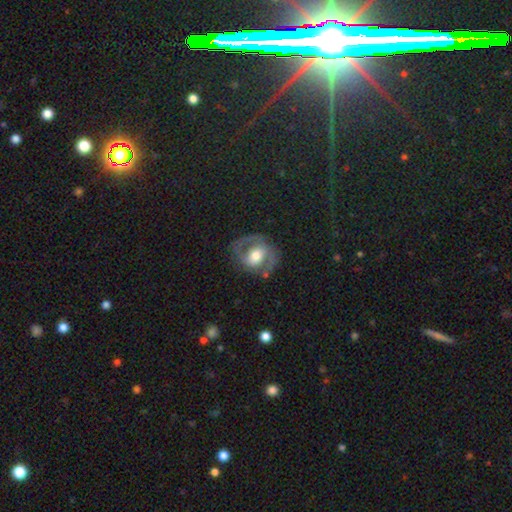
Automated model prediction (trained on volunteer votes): A featured or disk galaxy (73%) with no bar (44%), 2 (86%) medium (53%) spiral arms (80%) and a moderate central bulge (65%). Merging: none (73%).